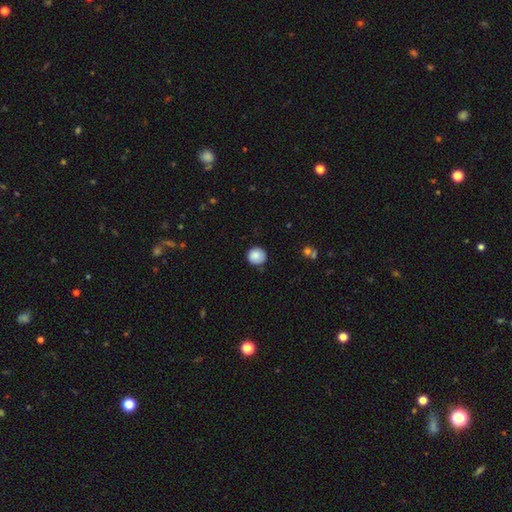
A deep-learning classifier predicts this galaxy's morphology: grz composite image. It shows a smooth galaxy with no disk features (87%) that is round (88%). Merging: none (83%).